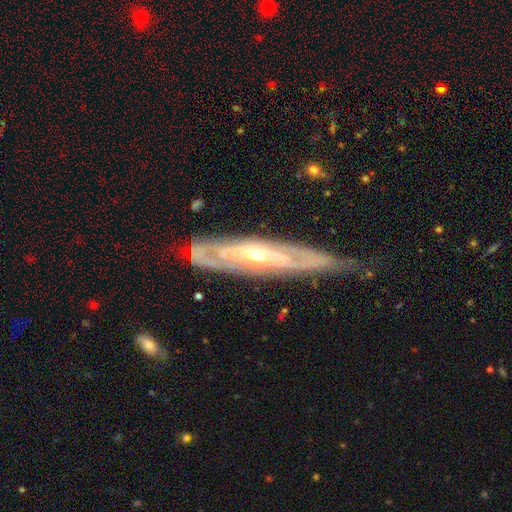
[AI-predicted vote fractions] A featured or disk galaxy (84%) with no bar (67%), spiral arms (80%) and a moderate central bulge (58%).

Vote fractions:
- Smooth or featured? featured or disk: 84% / smooth: 12% / star or artifact: 5%
- Edge-on disk? no: 69% / yes: 31%
- Bar? no: 67% / weak: 23% / strong: 10%
- Spiral arms? yes: 80% / no: 20%
- Bulge size? moderate: 58% / small: 37% / large: 3% / none: 1% / dominant: 1%
- Merging? none: 73% / minor disturbance: 18% / major disturbance: 6% / merger: 2%